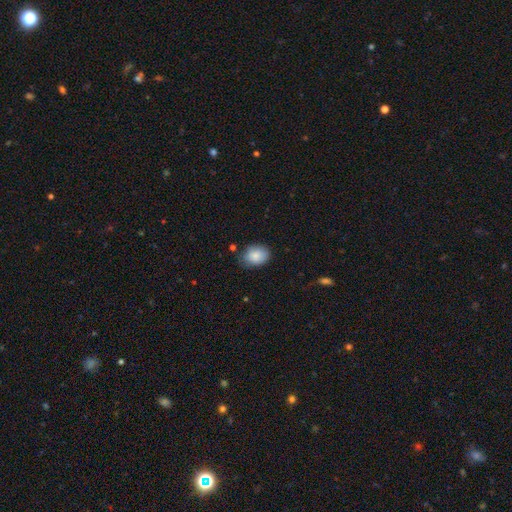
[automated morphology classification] This appears to be a smooth galaxy with no disk features (86%) that is in between round and cigar-shaped (71%). Merging: none (71%).